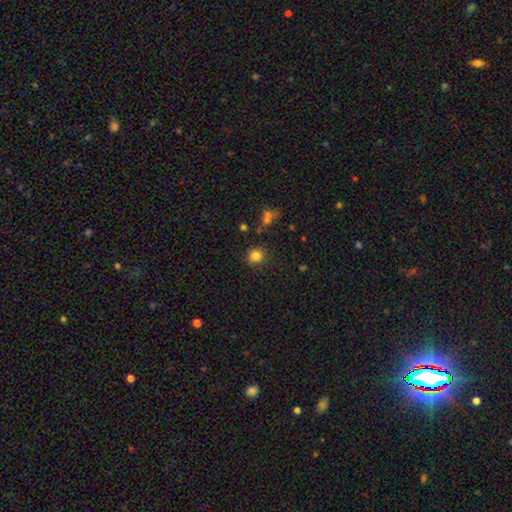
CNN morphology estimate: This appears to be a smooth galaxy with no disk features (82%) that is round (87%). Merging: none (85%).